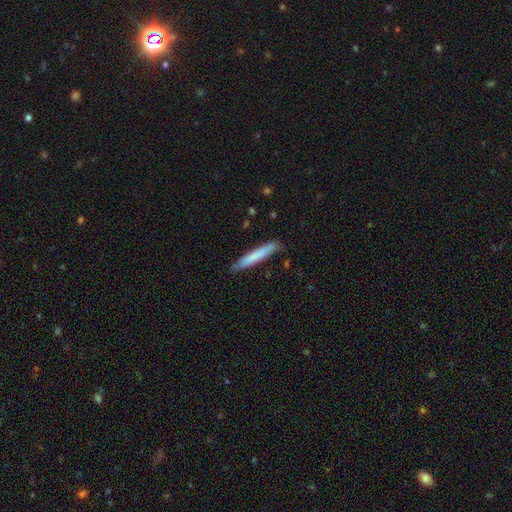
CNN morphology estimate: This appears to be a smooth galaxy with no disk features (75%) that is cigar-shaped (95%). Merging: none (84%).